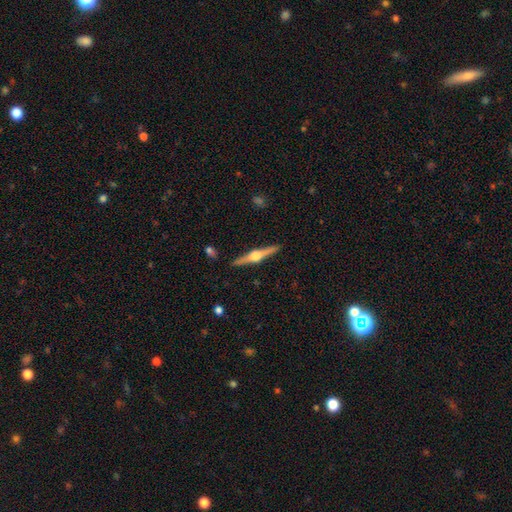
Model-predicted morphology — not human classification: type=featured or disk (82%); edge-on=yes (98%); edge-on bulge=rounded (95%); merging=none (91%).